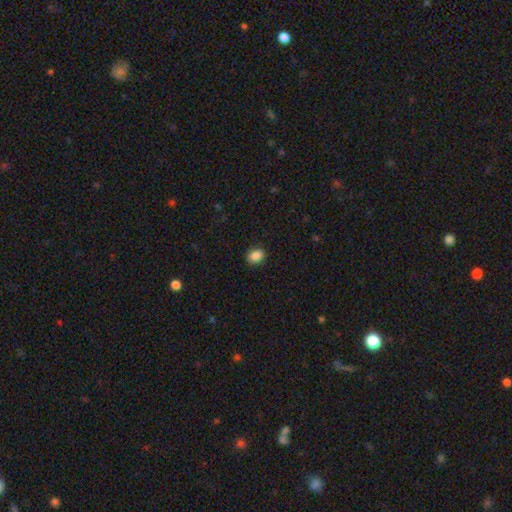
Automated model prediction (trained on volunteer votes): A smooth galaxy with no disk features (88%) that is in between round and cigar-shaped (56%). Merging: none (89%).